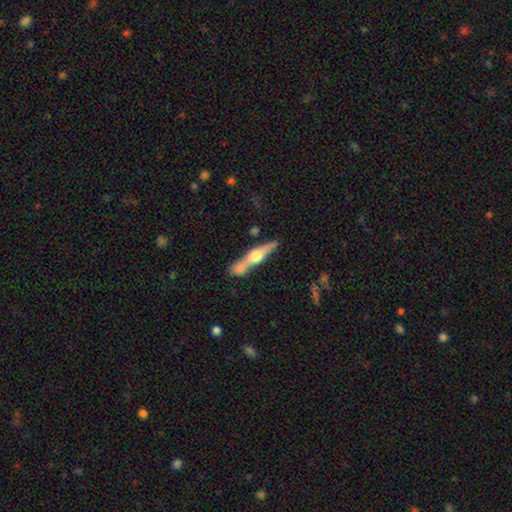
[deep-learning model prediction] Overall: featured or disk (69%). Edge-on disk: yes (95%). Edge-on bulge: rounded (93%). Merging: none (68%).